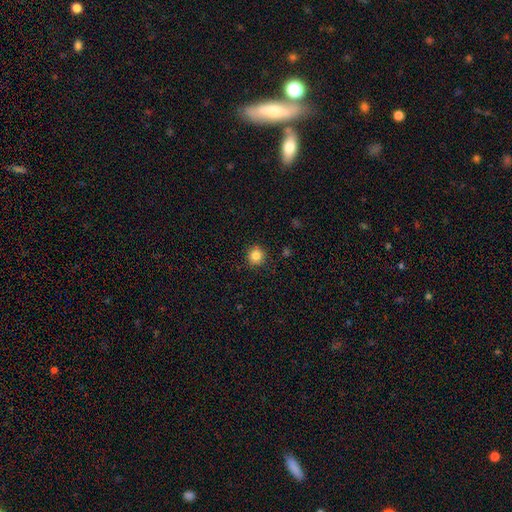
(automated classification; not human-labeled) Smooth or featured? smooth (84%)
How rounded? round (94%)
Merging? none (91%)